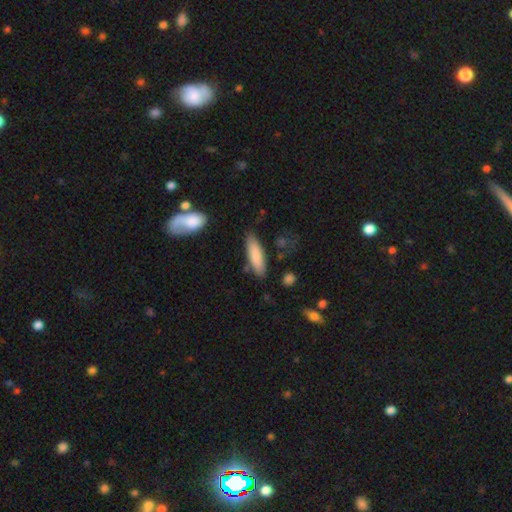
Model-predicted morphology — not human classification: A smooth galaxy with no disk features (83%) that is cigar-shaped (55%). Merging: none (79%).